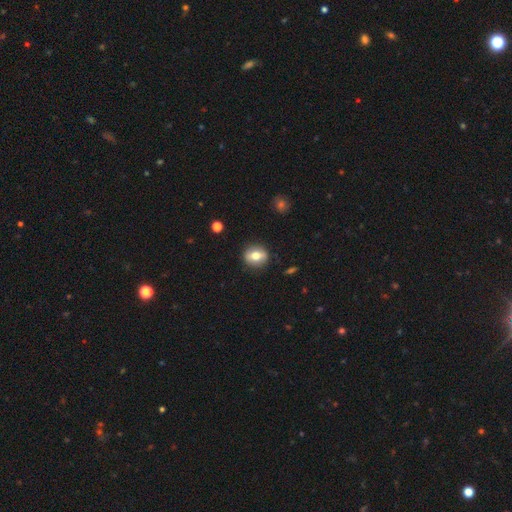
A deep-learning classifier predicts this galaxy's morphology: Smooth or featured? smooth (62%)
How rounded? round (65%)
Merging? none (87%)